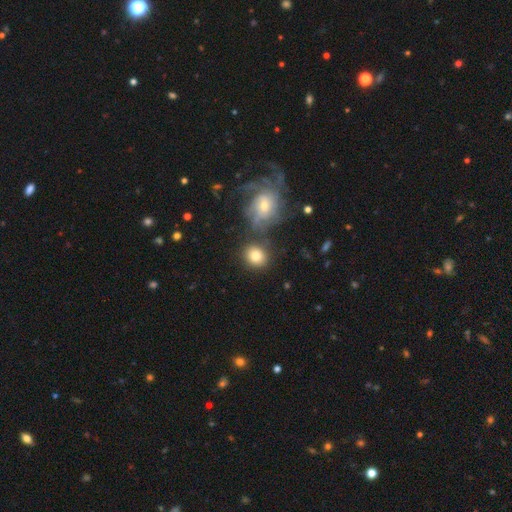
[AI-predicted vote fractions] smooth_or_featured: smooth (p=0.78) [alt: featured or disk p=0.13]
how_rounded: round (p=0.76) [alt: in between p=0.22]
merging: none (p=0.70) [alt: merger p=0.14]